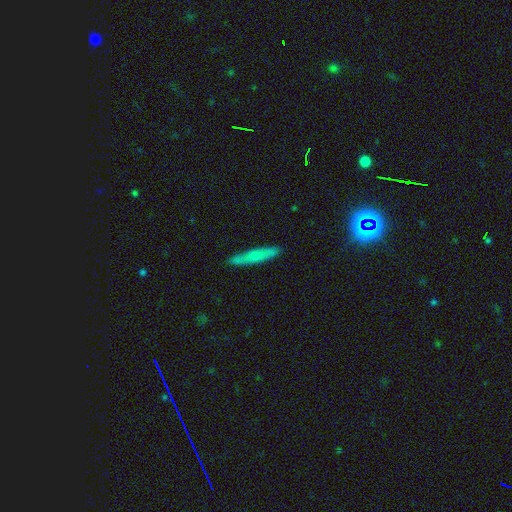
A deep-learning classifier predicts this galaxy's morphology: Smooth or featured?
  - smooth: 54% *
  - featured or disk: 40%
  - star or artifact: 6%
How rounded?
  - cigar-shaped: 90% *
  - in between: 8%
  - round: 2%
Merging?
  - none: 88% *
  - minor disturbance: 9%
  - major disturbance: 2%
  - merger: 1%